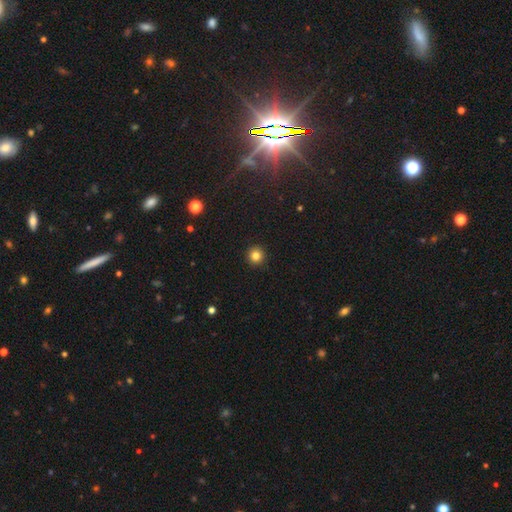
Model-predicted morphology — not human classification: Q: Smooth or featured?
A: smooth (83%); runner-up: star or artifact (12%)
Q: How rounded?
A: round (96%); runner-up: in between (3%)
Q: Merging?
A: none (93%); runner-up: minor disturbance (4%)